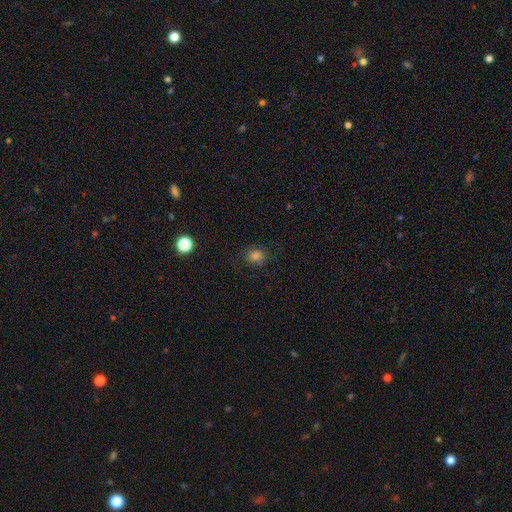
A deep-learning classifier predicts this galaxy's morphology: Smooth or featured?
  - smooth: 78% *
  - star or artifact: 16%
  - featured or disk: 6%
How rounded?
  - round: 74% *
  - in between: 25%
  - cigar-shaped: 1%
Merging?
  - none: 81% *
  - minor disturbance: 13%
  - major disturbance: 4%
  - merger: 1%